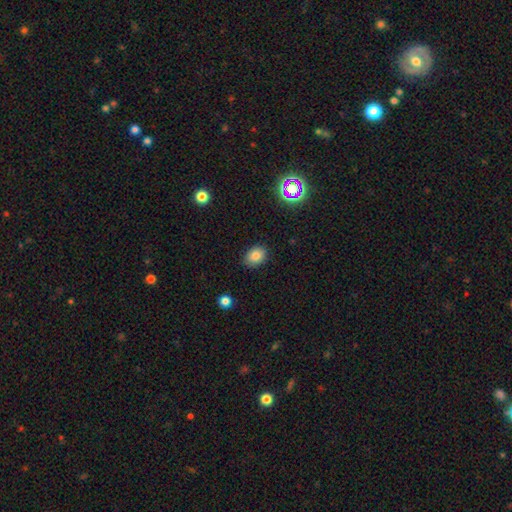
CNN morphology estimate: A smooth galaxy with no disk features (81%) that is in between round and cigar-shaped (63%).

Vote fractions:
- Smooth or featured? smooth: 81% / star or artifact: 12% / featured or disk: 7%
- How rounded? in between: 63% / round: 36% / cigar-shaped: 1%
- Merging? none: 86% / minor disturbance: 10% / major disturbance: 2% / merger: 1%